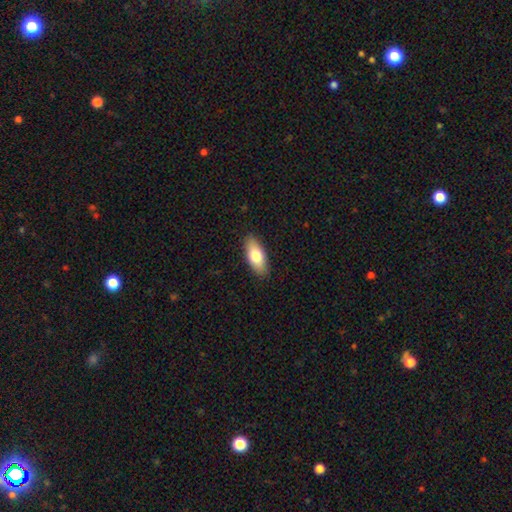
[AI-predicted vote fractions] Smooth or featured? Predicted: smooth (p=0.76). How rounded? Predicted: in between (p=0.84). Merging? Predicted: none (p=0.89).